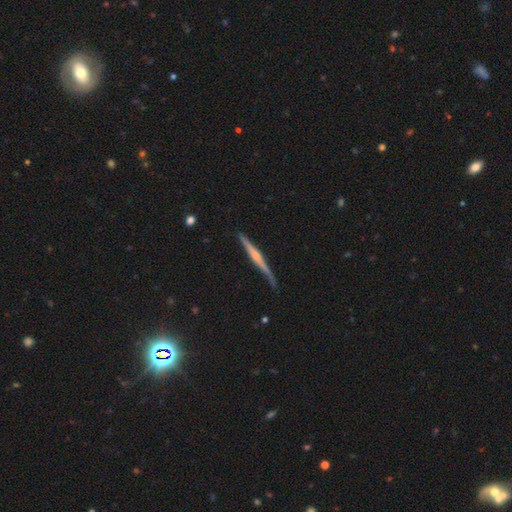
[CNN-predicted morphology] featured or disk 67%, smooth 28%, star or artifact 5%. Down the decision tree: edge-on disk — yes (98%); edge-on bulge — rounded (48%); merging — none (82%).